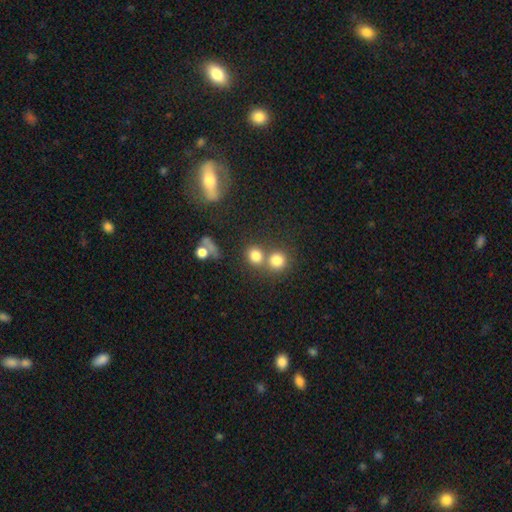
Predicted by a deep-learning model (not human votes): This appears to be a smooth galaxy with no disk features (78%) that is round (80%). Merging: none (49%).